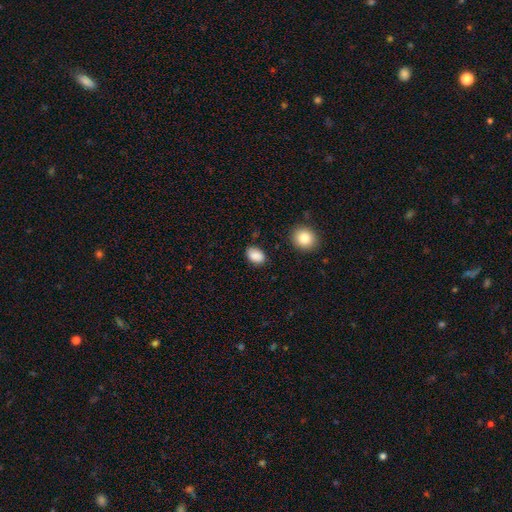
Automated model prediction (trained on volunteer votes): Smooth or featured?
  - smooth: 88% *
  - star or artifact: 8%
  - featured or disk: 4%
How rounded?
  - in between: 82% *
  - round: 17%
  - cigar-shaped: 1%
Merging?
  - none: 82% *
  - minor disturbance: 13%
  - major disturbance: 3%
  - merger: 2%